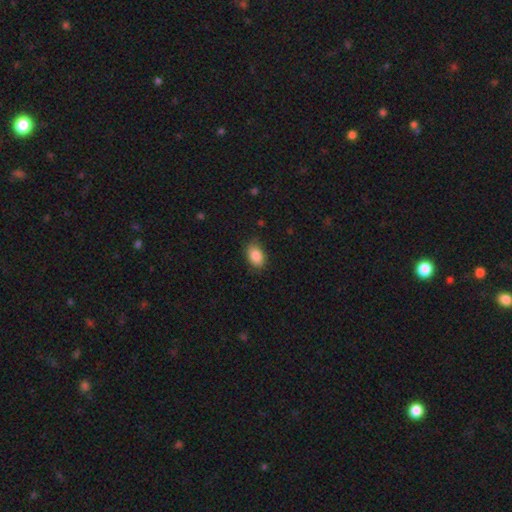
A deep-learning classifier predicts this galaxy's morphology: smooth-or-featured: smooth: 87% | star or artifact: 8% | featured or disk: 5%
  how-rounded: in between: 86% | round: 12% | cigar-shaped: 1%
  merging: none: 82% | minor disturbance: 14% | major disturbance: 3% | merger: 1%